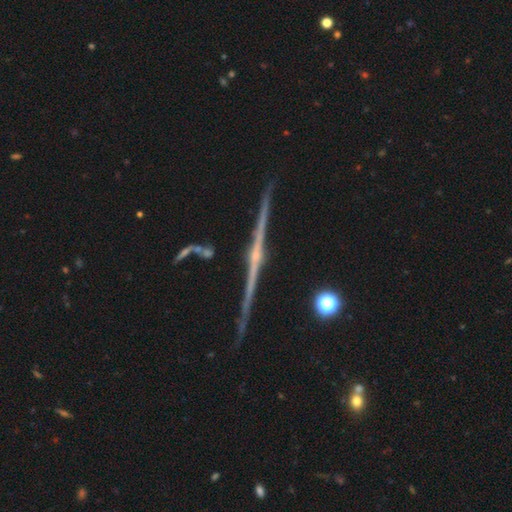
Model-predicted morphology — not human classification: featured or disk 89%, star or artifact 6%, smooth 5%. Down the decision tree: edge-on disk — yes (98%); edge-on bulge — rounded (81%); merging — none (87%).